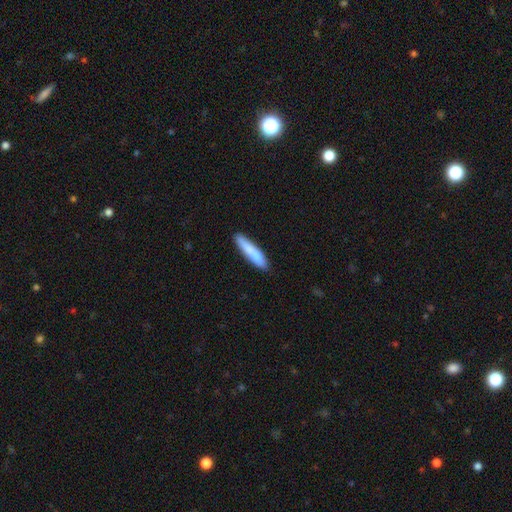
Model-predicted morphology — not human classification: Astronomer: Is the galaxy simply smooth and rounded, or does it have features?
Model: smooth — 75%.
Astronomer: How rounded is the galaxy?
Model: cigar-shaped — 86%.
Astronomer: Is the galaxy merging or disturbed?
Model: none — 77%.